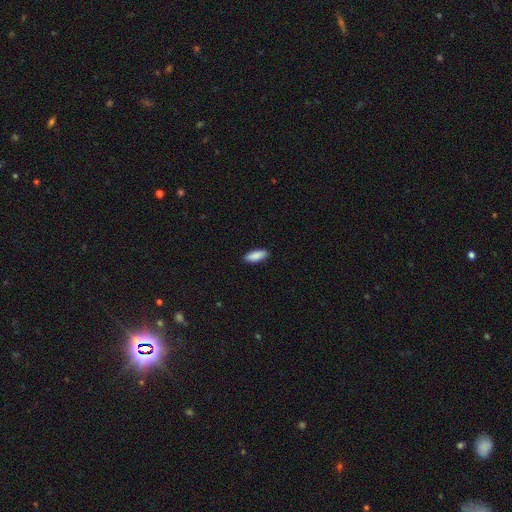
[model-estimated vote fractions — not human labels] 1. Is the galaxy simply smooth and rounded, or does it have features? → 90% smooth, 6% star or artifact, 4% featured or disk.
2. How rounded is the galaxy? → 77% in between, 21% cigar-shaped, 2% round.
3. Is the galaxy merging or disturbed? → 90% none, 7% minor disturbance, 2% major disturbance, 1% merger.